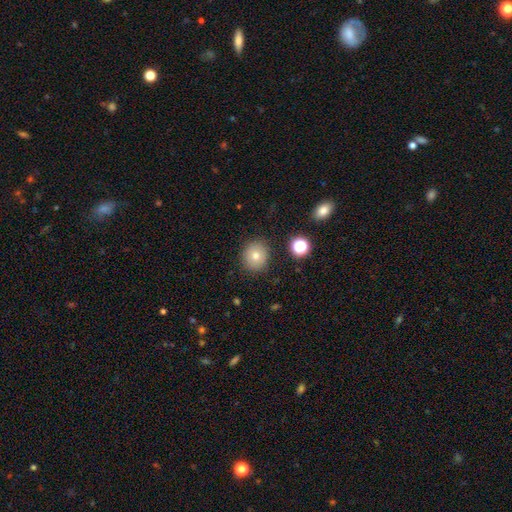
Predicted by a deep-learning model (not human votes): Overall: smooth (78%). How rounded: round (82%). Merging: none (86%).